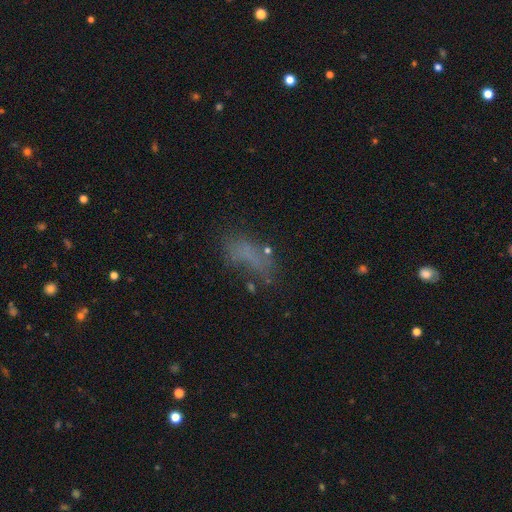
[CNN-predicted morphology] type=smooth (55%); roundness=in between (74%); merging=none (45%).